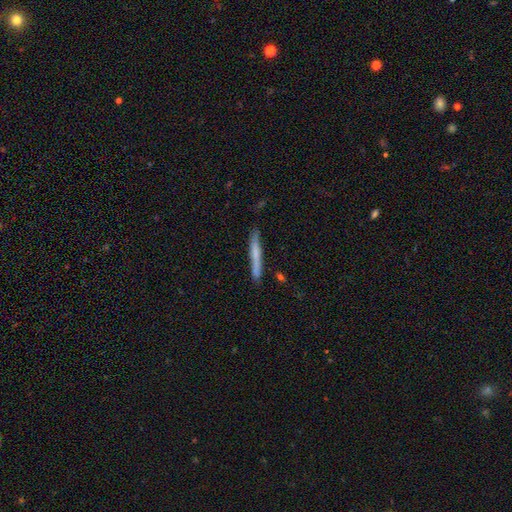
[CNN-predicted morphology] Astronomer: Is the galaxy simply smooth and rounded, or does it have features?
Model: smooth — 59% (runner-up: featured or disk, 35%).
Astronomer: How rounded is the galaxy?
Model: cigar-shaped — 96%.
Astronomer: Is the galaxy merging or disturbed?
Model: none — 84%.